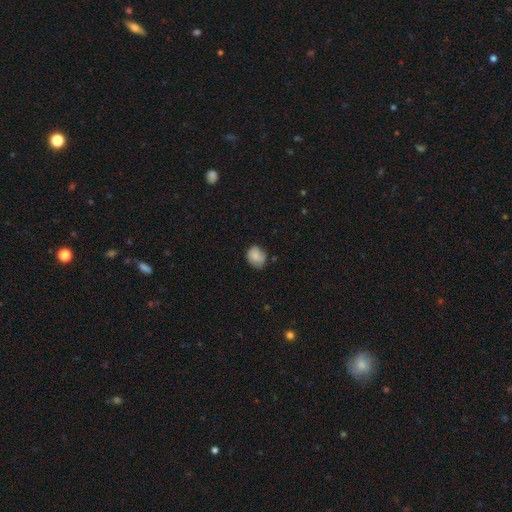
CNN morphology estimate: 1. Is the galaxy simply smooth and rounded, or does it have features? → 81% smooth, 11% featured or disk, 8% star or artifact.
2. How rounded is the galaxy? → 55% round, 44% in between, 1% cigar-shaped.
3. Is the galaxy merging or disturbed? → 63% none, 30% minor disturbance, 5% major disturbance, 2% merger.